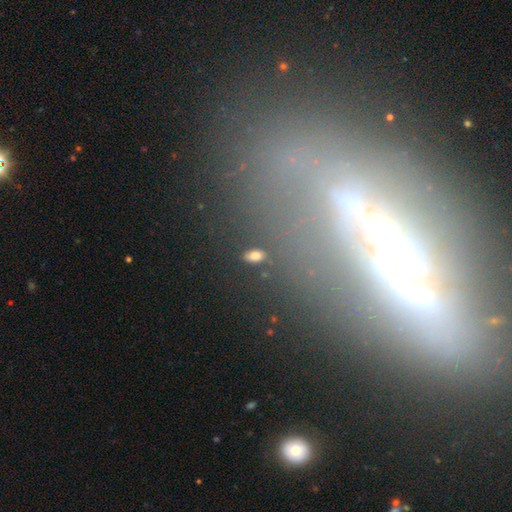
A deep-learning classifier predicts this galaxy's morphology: Smooth or featured? featured or disk (55%)
Edge-on disk? yes (52%)
Merging? none (68%)